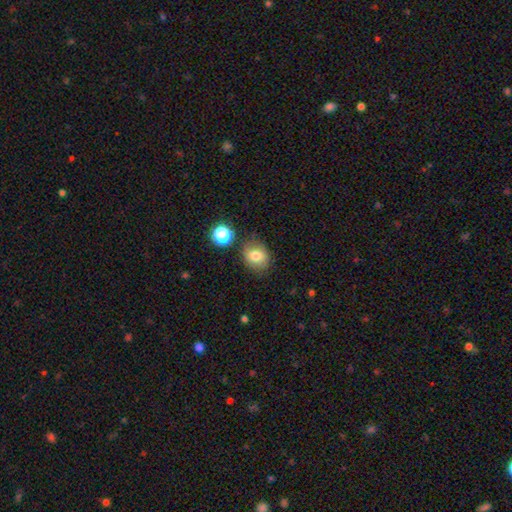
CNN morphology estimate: This appears to be a smooth galaxy with no disk features (75%) that is round (61%). Merging: none (76%).